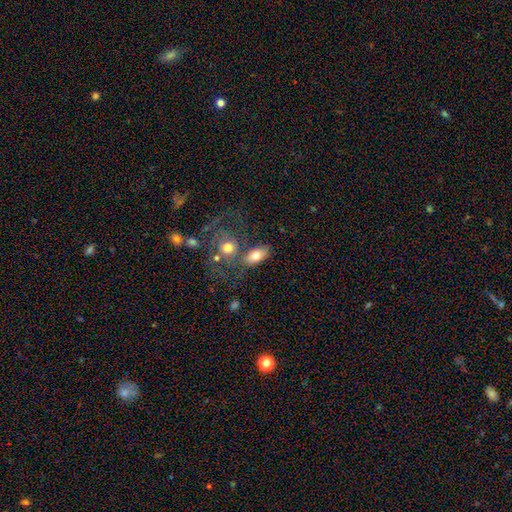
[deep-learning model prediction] Q: Smooth or featured?
A: smooth (73%); runner-up: featured or disk (19%)
Q: How rounded?
A: in between (87%); runner-up: round (9%)
Q: Merging?
A: none (51%); runner-up: merger (28%)